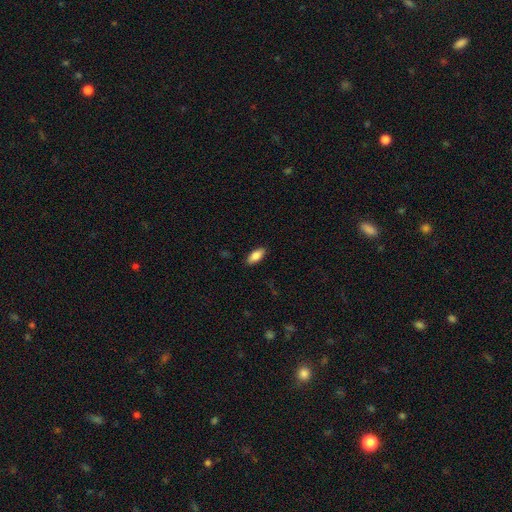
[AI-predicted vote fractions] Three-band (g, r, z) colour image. It shows a smooth galaxy with no disk features (85%) that is in between round and cigar-shaped (87%). Merging: none (88%).